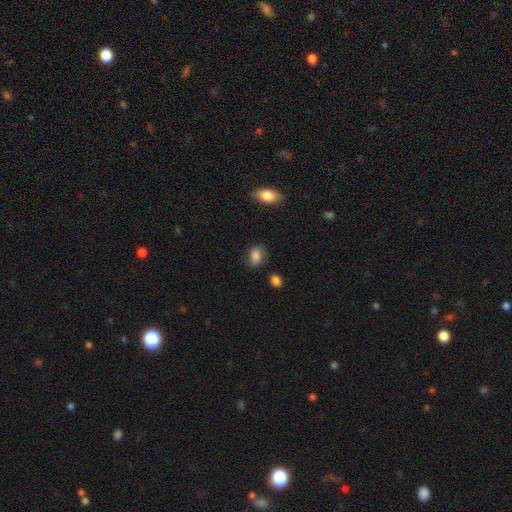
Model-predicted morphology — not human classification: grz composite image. It shows a smooth galaxy with no disk features (84%) that is in between round and cigar-shaped (72%). Merging: none (75%).